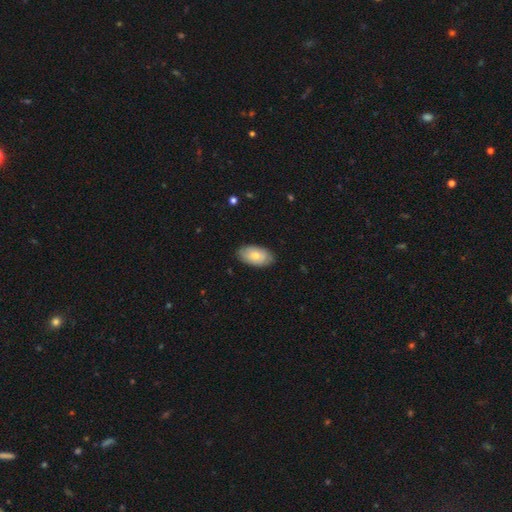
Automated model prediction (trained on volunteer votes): Q: Smooth or featured?
A: smooth (73%); runner-up: featured or disk (22%)
Q: How rounded?
A: in between (95%); runner-up: round (3%)
Q: Merging?
A: none (84%); runner-up: minor disturbance (13%)